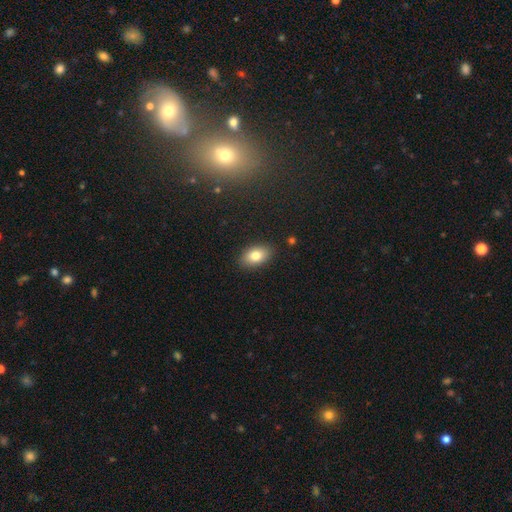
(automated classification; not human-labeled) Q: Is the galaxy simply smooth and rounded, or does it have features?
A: smooth — 79%.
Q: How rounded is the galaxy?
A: in between — 89%.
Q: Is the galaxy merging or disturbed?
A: none — 88%.